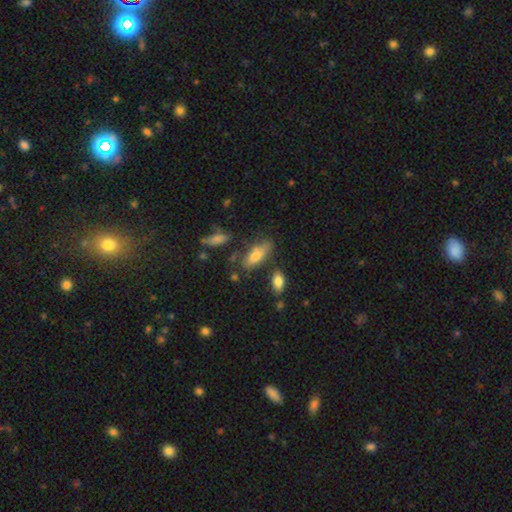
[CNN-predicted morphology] Smooth or featured? smooth (71%)
How rounded? in between (71%)
Merging? none (57%)